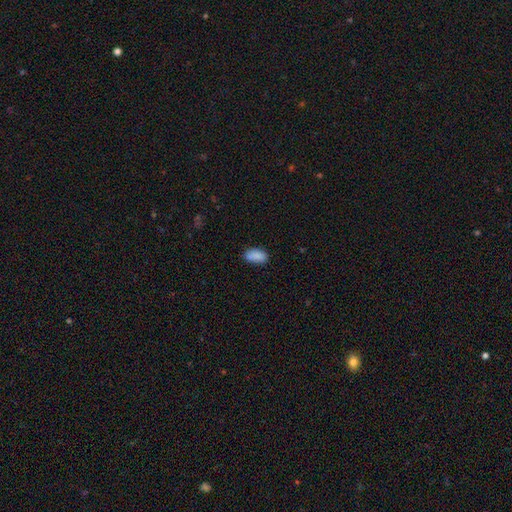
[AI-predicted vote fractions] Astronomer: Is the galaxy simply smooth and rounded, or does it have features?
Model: smooth — 87%.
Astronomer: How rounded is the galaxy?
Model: in between — 91%.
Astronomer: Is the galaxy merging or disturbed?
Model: none — 71%.